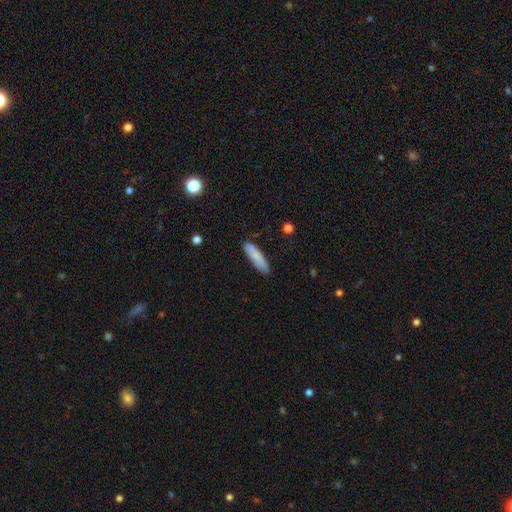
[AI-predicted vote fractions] Overall: smooth (81%). How rounded: cigar-shaped (75%). Merging: none (84%).